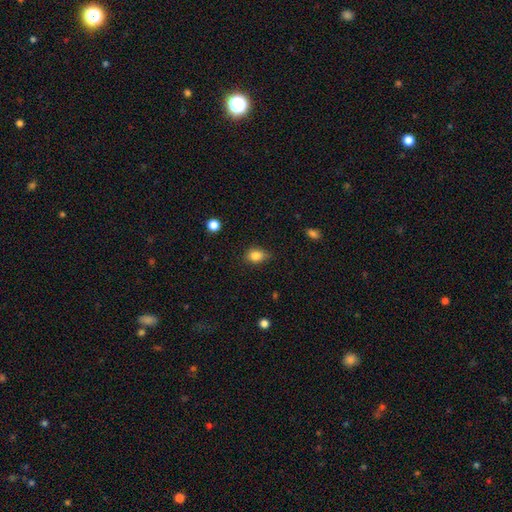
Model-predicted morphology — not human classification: Q: Smooth or featured?
A: smooth (83%); runner-up: star or artifact (10%)
Q: How rounded?
A: in between (66%); runner-up: round (33%)
Q: Merging?
A: none (70%); runner-up: minor disturbance (24%)